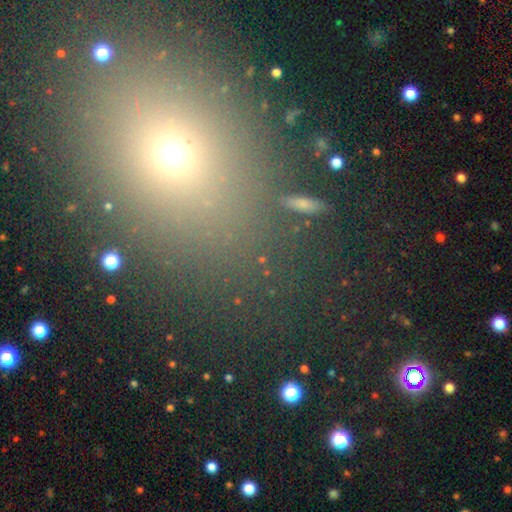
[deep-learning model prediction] Overall: smooth (49%; star or artifact 42%). Merging: none (83%).